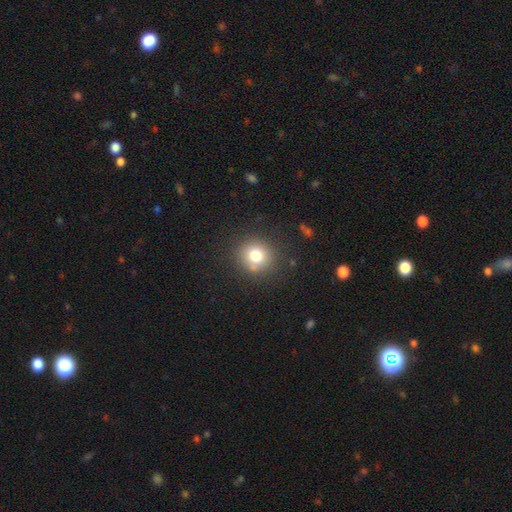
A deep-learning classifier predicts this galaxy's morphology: Overall: smooth (77%). How rounded: round (90%). Merging: none (83%).